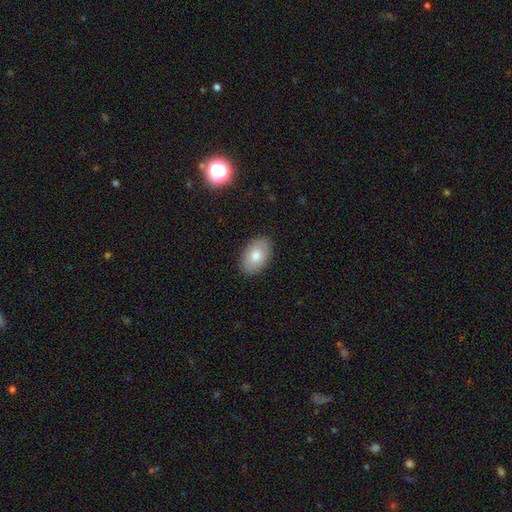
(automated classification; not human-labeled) This appears to be a smooth galaxy with no disk features (78%) that is in between round and cigar-shaped (91%). Merging: none (89%).